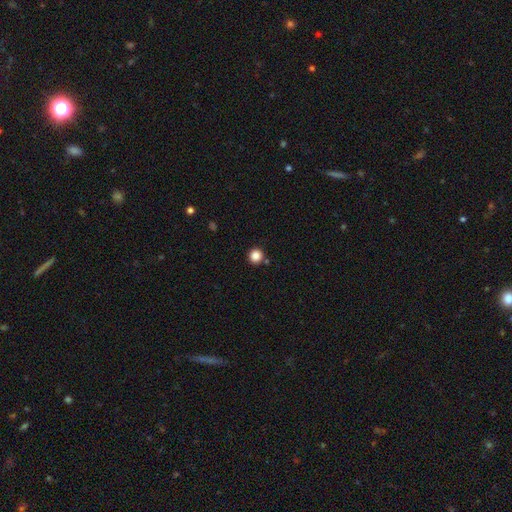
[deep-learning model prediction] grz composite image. It shows a smooth galaxy with no disk features (85%) that is round (94%). Merging: none (88%).